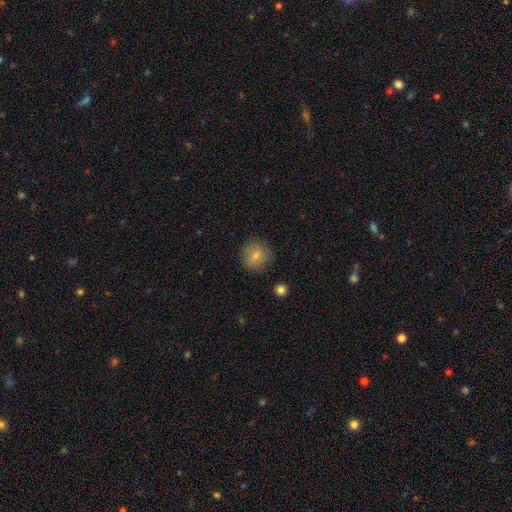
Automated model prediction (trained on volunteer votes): smooth 81%, featured or disk 11%, star or artifact 8%. Down the decision tree: how rounded — round (90%); merging — none (84%).